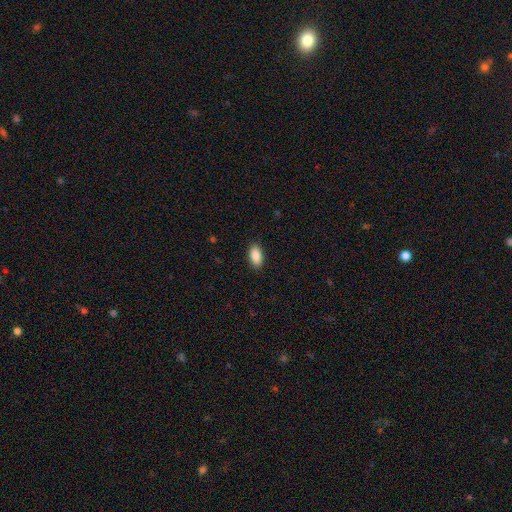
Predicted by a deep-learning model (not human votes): Morphology: type=smooth (90%); roundness=in between (93%); merging=none (89%).